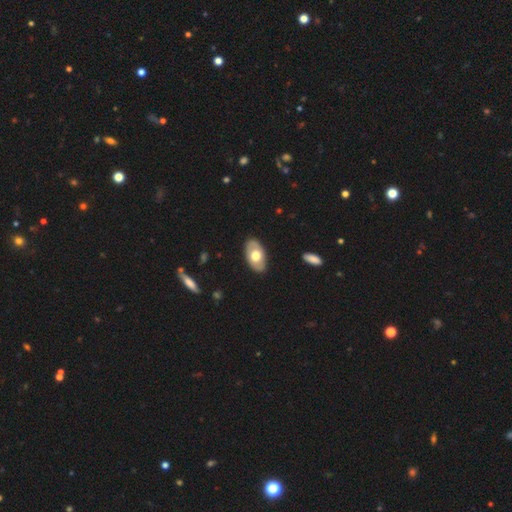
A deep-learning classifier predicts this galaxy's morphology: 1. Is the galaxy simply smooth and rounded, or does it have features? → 54% smooth, 40% featured or disk, 5% star or artifact.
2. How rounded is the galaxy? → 92% in between, 6% round, 2% cigar-shaped.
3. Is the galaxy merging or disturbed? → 85% none, 12% minor disturbance, 3% major disturbance, 1% merger.